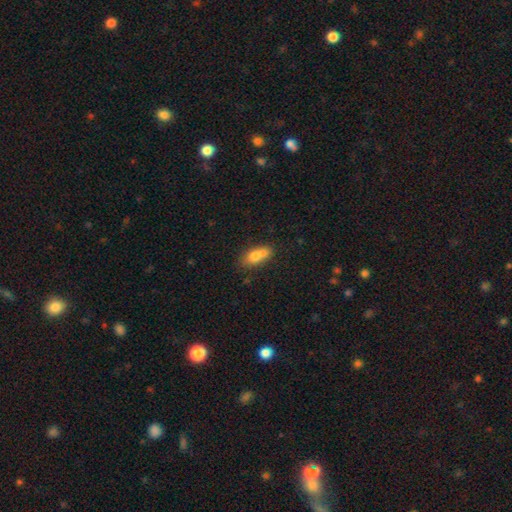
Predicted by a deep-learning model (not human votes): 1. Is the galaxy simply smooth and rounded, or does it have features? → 71% smooth, 20% featured or disk, 9% star or artifact.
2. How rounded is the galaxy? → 73% in between, 14% cigar-shaped, 13% round.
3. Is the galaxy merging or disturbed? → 43% merger, 36% none, 15% minor disturbance, 6% major disturbance.